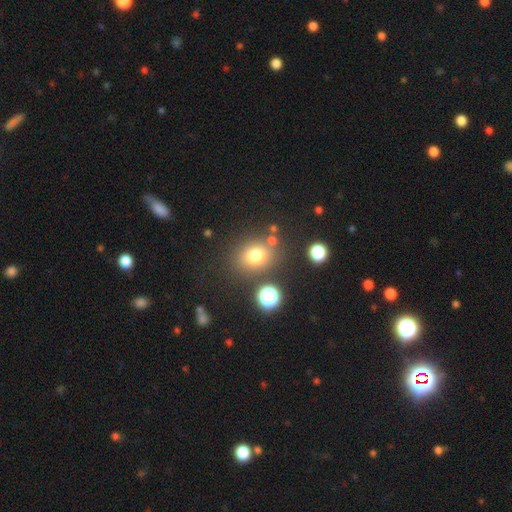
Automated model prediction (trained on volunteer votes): A smooth galaxy with no disk features (74%) that is round (65%). Merging: none (76%).